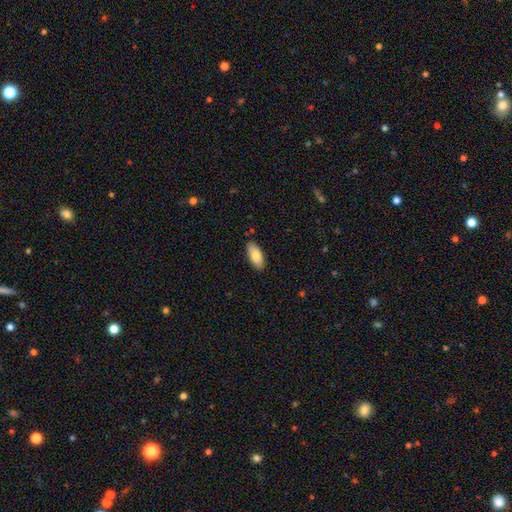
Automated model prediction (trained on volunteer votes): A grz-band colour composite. It shows a smooth galaxy with no disk features (82%) that is in between round and cigar-shaped (88%). Merging: none (86%).